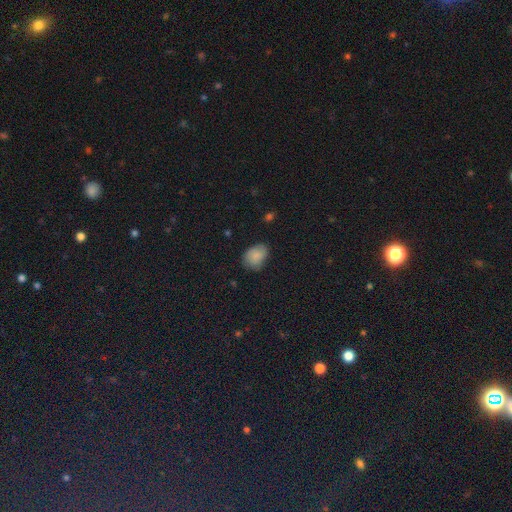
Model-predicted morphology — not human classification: Smooth or featured? smooth (84%)
How rounded? in between (72%)
Merging? none (66%)